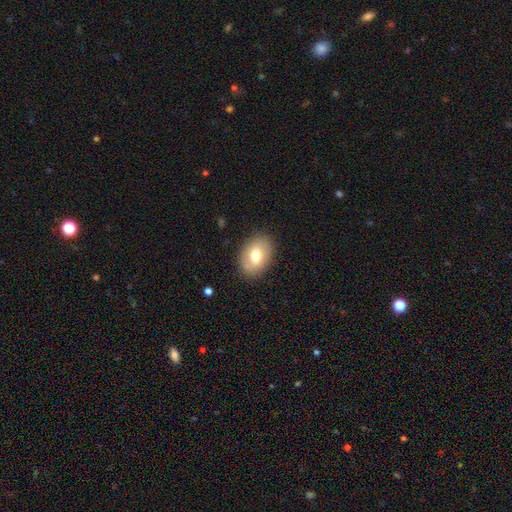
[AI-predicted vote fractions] Smooth or featured?
  - smooth: 73% *
  - featured or disk: 20%
  - star or artifact: 7%
How rounded?
  - in between: 81% *
  - round: 18%
  - cigar-shaped: 1%
Merging?
  - none: 86% *
  - minor disturbance: 10%
  - major disturbance: 3%
  - merger: 1%